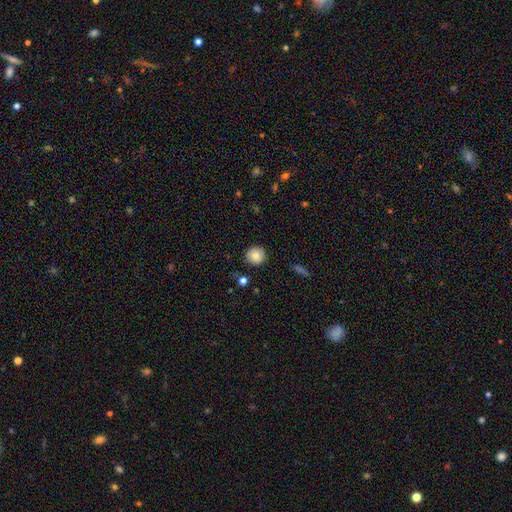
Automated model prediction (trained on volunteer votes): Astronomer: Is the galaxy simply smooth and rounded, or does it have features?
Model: smooth — 79%.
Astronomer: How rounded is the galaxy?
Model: round — 93%.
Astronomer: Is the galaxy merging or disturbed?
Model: none — 89%.